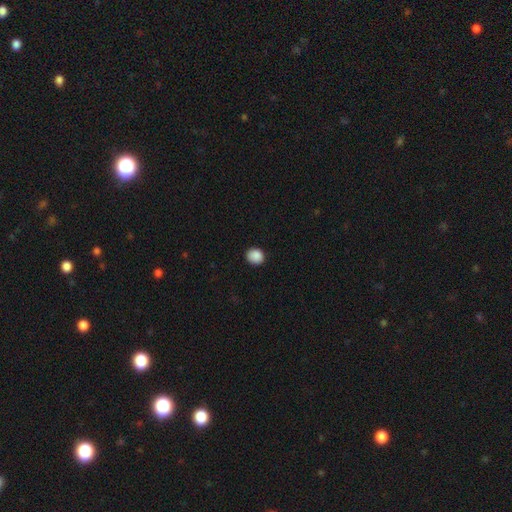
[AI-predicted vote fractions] This is clearly a smooth galaxy (88%). How rounded: likely round (77%). Merging: clearly none (88%).